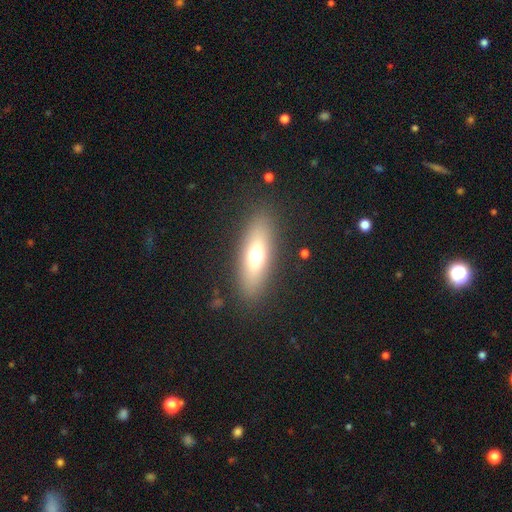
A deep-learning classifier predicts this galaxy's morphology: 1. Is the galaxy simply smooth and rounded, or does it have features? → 61% smooth, 30% featured or disk, 9% star or artifact.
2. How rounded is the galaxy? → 55% in between, 41% cigar-shaped, 4% round.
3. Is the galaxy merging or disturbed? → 86% none, 8% minor disturbance, 4% major disturbance, 1% merger.